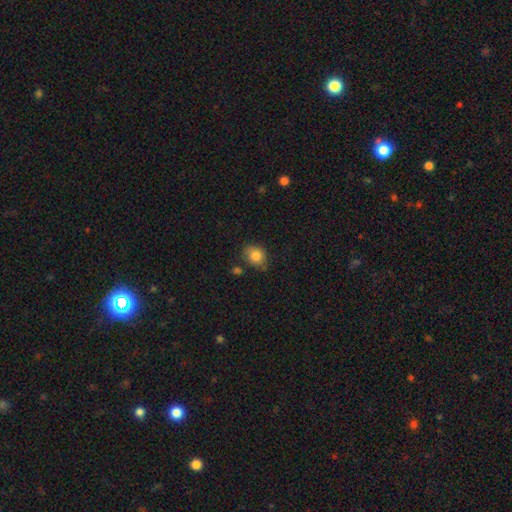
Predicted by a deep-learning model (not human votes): Smooth or featured? Predicted: smooth (p=0.84). How rounded? Predicted: round (p=0.57). Merging? Predicted: none (p=0.66).